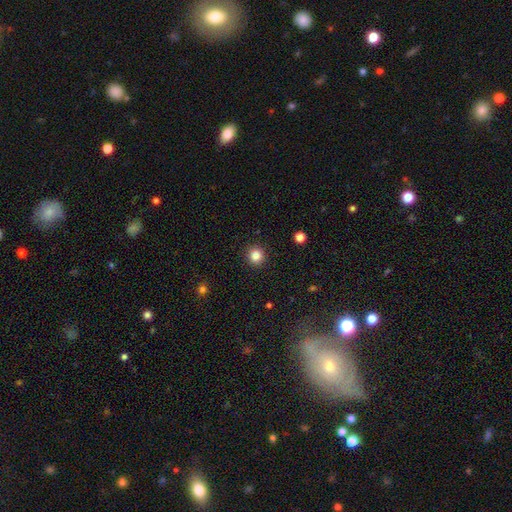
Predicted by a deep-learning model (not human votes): Smooth or featured?
  - smooth: 84% *
  - star or artifact: 12%
  - featured or disk: 5%
How rounded?
  - round: 94% *
  - in between: 5%
  - cigar-shaped: 1%
Merging?
  - none: 92% *
  - minor disturbance: 5%
  - major disturbance: 2%
  - merger: 1%